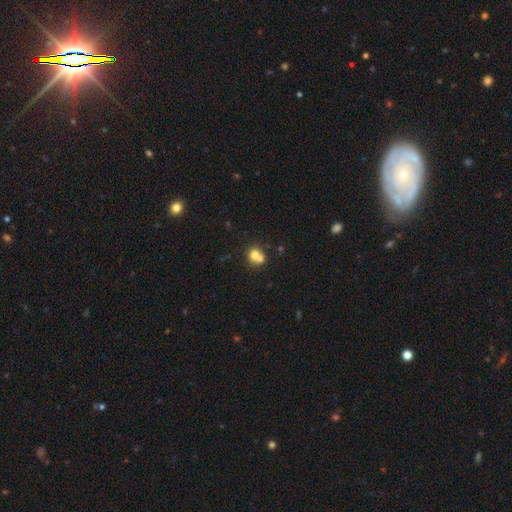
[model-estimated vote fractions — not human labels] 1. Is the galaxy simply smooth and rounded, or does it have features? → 69% smooth, 19% featured or disk, 12% star or artifact.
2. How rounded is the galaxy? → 78% round, 21% in between, 1% cigar-shaped.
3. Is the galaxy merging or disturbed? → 56% merger, 34% none, 7% minor disturbance, 3% major disturbance.